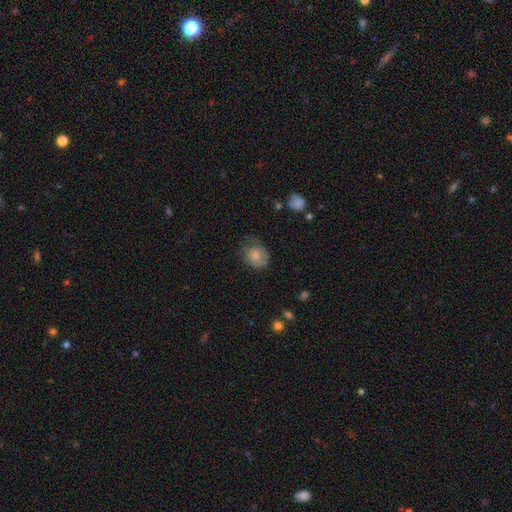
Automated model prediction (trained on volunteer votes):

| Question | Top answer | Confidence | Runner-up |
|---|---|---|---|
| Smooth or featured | smooth | 77% | featured or disk (15%) |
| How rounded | round | 53% | in between (47%) |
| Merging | none | 51% | minor disturbance (32%) |